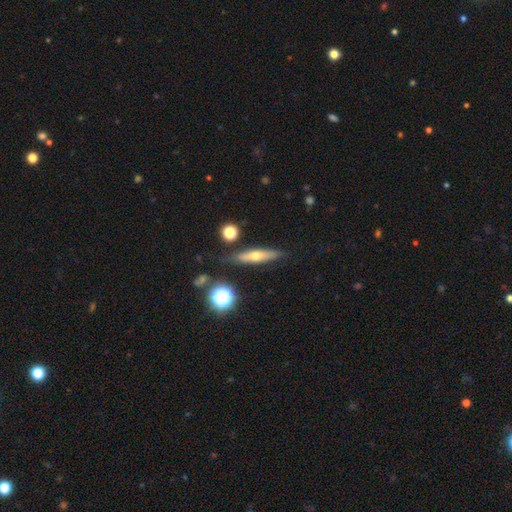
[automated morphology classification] Smooth or featured? Predicted: featured or disk (p=0.49). Merging? Predicted: none (p=0.82).